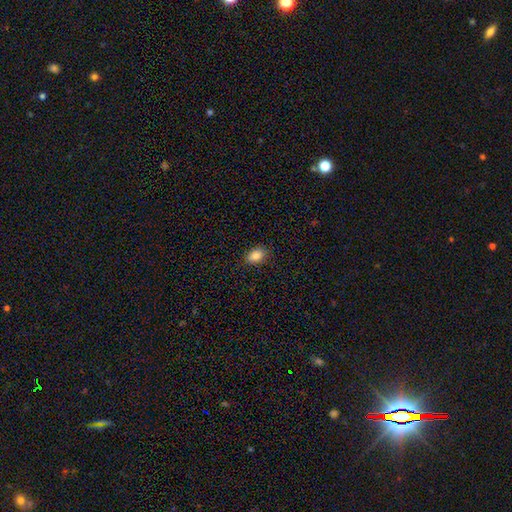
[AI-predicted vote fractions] smooth 87%, star or artifact 9%, featured or disk 4%. Down the decision tree: how rounded — in between (84%); merging — none (88%).